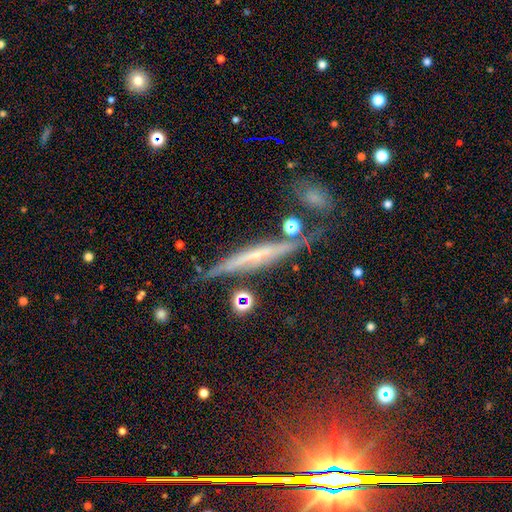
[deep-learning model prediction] featured or disk 65%, smooth 22%, star or artifact 13%. Down the decision tree: edge-on disk — yes (90%); edge-on bulge — none (47%); merging — none (70%).